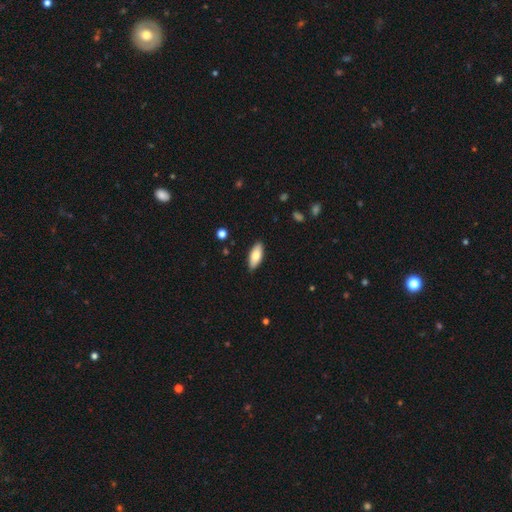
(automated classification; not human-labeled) Q: Smooth or featured?
A: smooth (79%); runner-up: featured or disk (15%)
Q: How rounded?
A: in between (82%); runner-up: cigar-shaped (16%)
Q: Merging?
A: none (88%); runner-up: minor disturbance (9%)